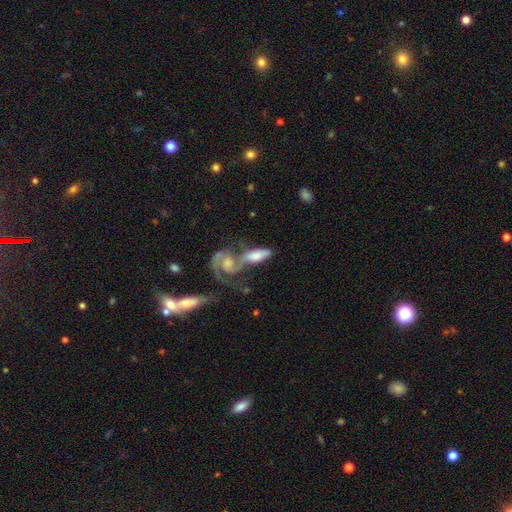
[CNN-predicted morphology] Smooth or featured: featured or disk — 47% (smooth — 46%)
Merging: merger — 58% (none — 20%)